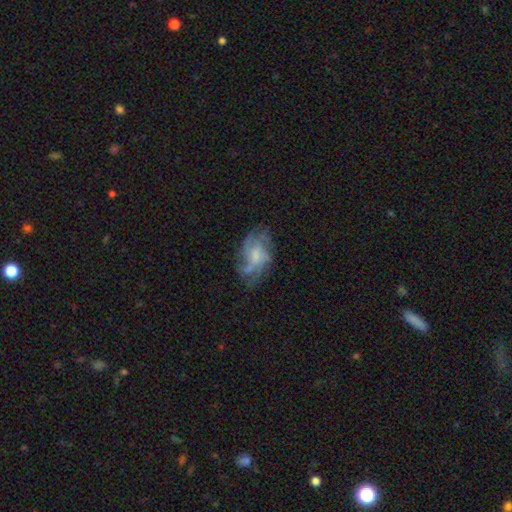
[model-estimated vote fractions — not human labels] The model was most divided on "bulge size": small: 42%, moderate: 36%, none: 15%, large: 5%, dominant: 1%. Remaining: edge-on disk — no (96%); spiral arms — yes (84%); smooth or featured — featured or disk (69%); merging — none (62%); bar — no (62%); spiral winding — medium (43%); spiral arm count — can't tell (37%).